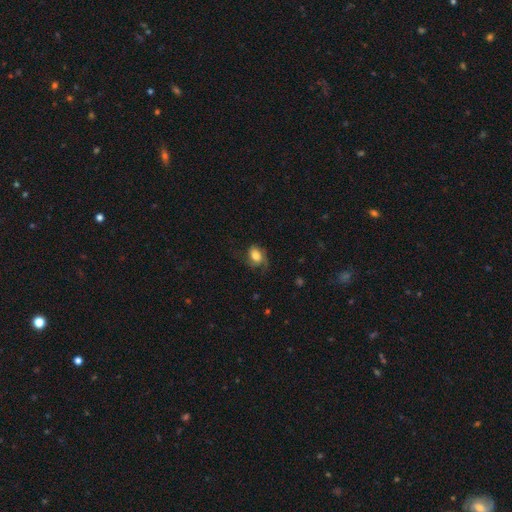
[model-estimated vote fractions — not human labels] A smooth galaxy with no disk features (54%) that is in between round and cigar-shaped (69%). Merging: none (53%).